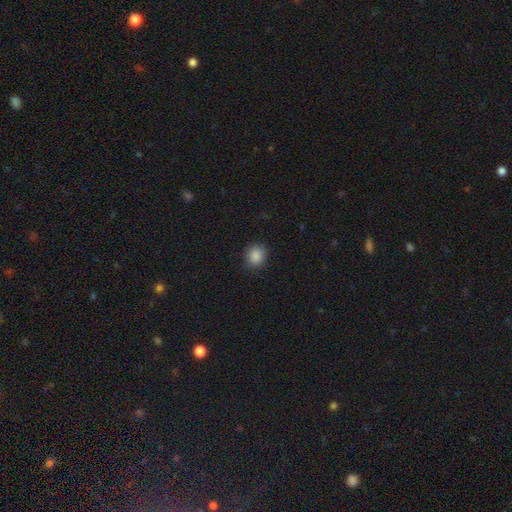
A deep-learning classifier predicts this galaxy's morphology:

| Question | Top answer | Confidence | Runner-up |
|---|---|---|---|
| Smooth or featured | smooth | 88% | star or artifact (9%) |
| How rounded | round | 80% | in between (19%) |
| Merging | none | 87% | minor disturbance (10%) |